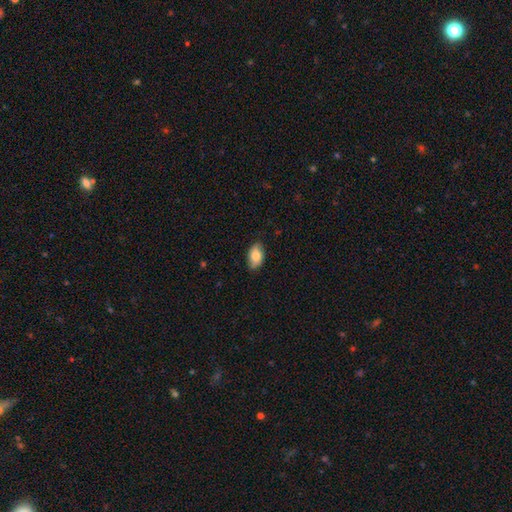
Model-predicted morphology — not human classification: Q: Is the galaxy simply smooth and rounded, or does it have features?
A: smooth — 78%.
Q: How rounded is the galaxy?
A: in between — 93%.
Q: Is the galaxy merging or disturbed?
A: none — 83%.